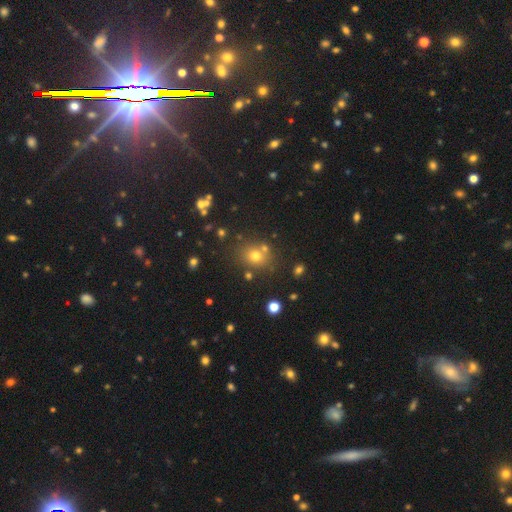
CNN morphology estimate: Overall: smooth (68%). How rounded: round (70%). Merging: none (71%).